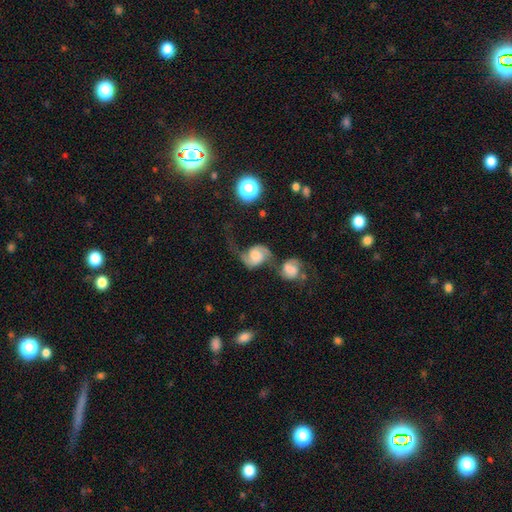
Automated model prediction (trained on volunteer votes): smooth_or_featured: featured or disk (p=0.73) [alt: smooth p=0.19]
disk_edge_on: no (p=0.97) [alt: yes p=0.03]
bar: no (p=0.62) [alt: weak p=0.31]
has_spiral_arms: yes (p=0.93) [alt: no p=0.07]
spiral_winding: loose (p=0.54) [alt: medium p=0.34]
spiral_arm_count: 2 (p=0.85) [alt: 1 p=0.08]
bulge_size: moderate (p=0.38) [alt: large p=0.26]
merging: merger (p=0.38) [alt: none p=0.28]